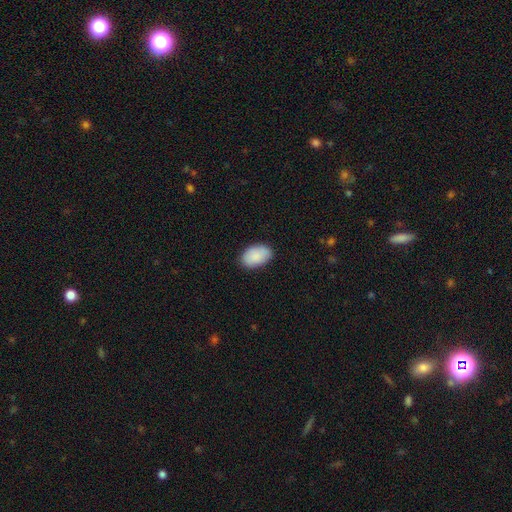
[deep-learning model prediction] Smooth or featured?
  - smooth: 89% *
  - star or artifact: 6%
  - featured or disk: 5%
How rounded?
  - in between: 93% *
  - round: 6%
  - cigar-shaped: 1%
Merging?
  - none: 86% *
  - minor disturbance: 11%
  - major disturbance: 2%
  - merger: 1%